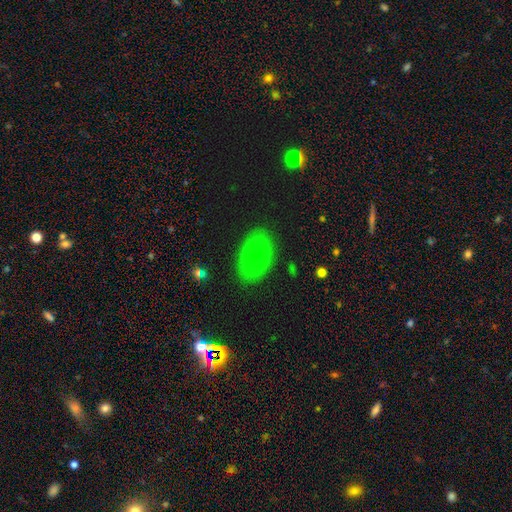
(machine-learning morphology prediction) Smooth or featured?
  - smooth: 67% *
  - featured or disk: 24%
  - star or artifact: 10%
How rounded?
  - in between: 88% *
  - round: 10%
  - cigar-shaped: 2%
Merging?
  - none: 85% *
  - minor disturbance: 11%
  - major disturbance: 3%
  - merger: 1%